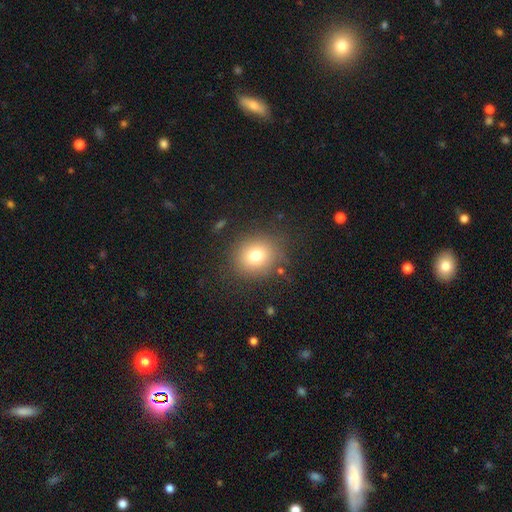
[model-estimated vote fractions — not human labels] smooth_or_featured: smooth (p=0.75) [alt: star or artifact p=0.14]
how_rounded: round (p=0.79) [alt: in between p=0.20]
merging: none (p=0.83) [alt: minor disturbance p=0.10]